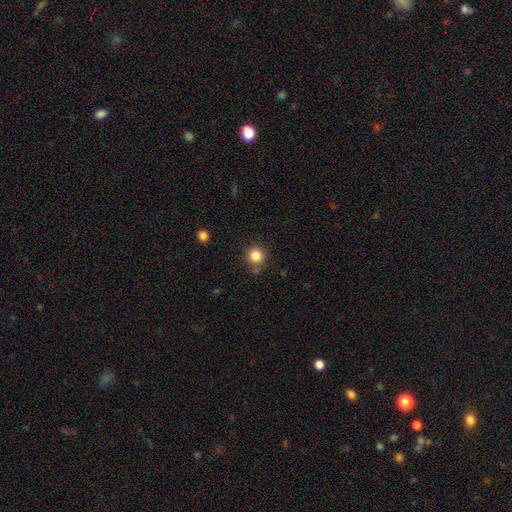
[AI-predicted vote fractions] Smooth or featured? smooth (84%)
How rounded? round (92%)
Merging? none (79%)